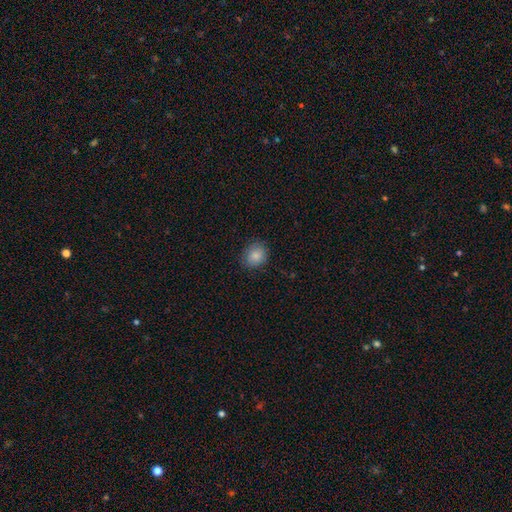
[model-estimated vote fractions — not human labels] Smooth or featured: smooth — 85% (star or artifact — 9%)
How rounded: round — 67% (in between — 32%)
Merging: none — 85% (minor disturbance — 12%)